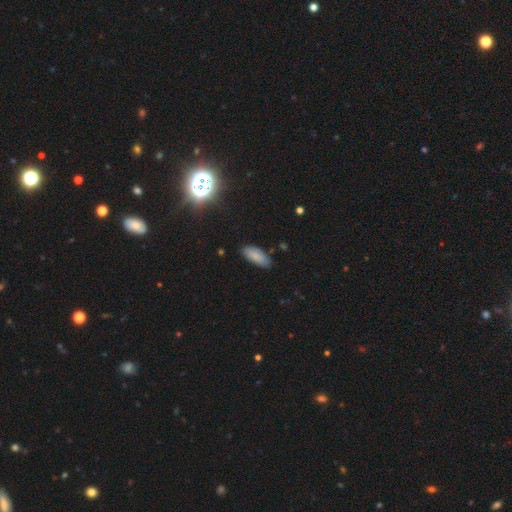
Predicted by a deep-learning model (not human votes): Smooth or featured? smooth (82%)
How rounded? in between (86%)
Merging? none (80%)